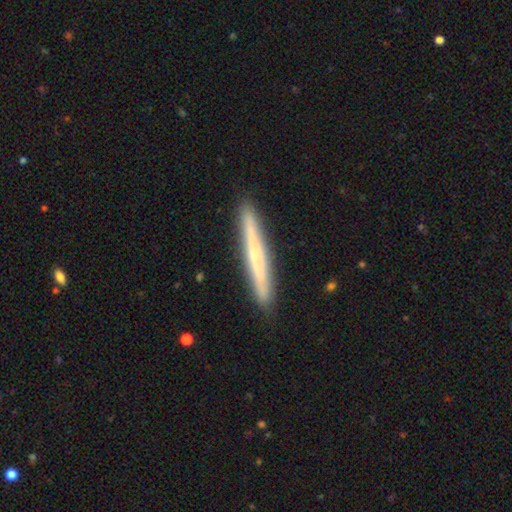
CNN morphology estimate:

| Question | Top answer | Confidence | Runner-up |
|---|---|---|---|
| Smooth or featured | featured or disk | 51% | smooth (44%) |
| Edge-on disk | yes | 95% | no (5%) |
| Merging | none | 91% | minor disturbance (6%) |